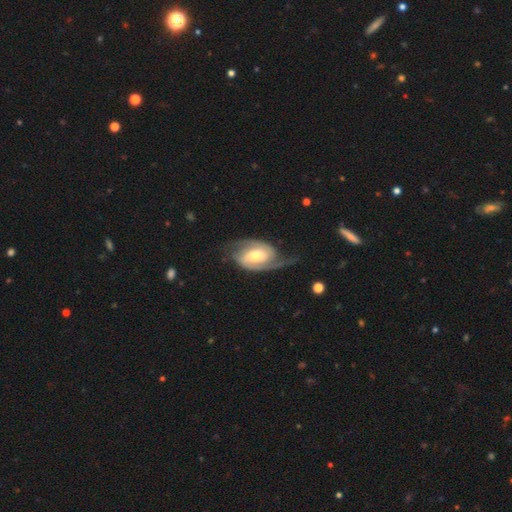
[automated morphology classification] smooth-or-featured: featured or disk: 87% | smooth: 9% | star or artifact: 4%
  disk-edge-on: no: 97% | yes: 3%
    bar: weak: 42% | no: 36% | strong: 22%
    has-spiral-arms: yes: 97% | no: 3%
      spiral-winding: medium: 46% | tight: 30% | loose: 25%
      spiral-arm-count: 2: 88% | can't tell: 4% | 1: 4% | 3: 2% | 4: 1% | more than 4: 1%
    bulge-size: moderate: 57% | small: 23% | large: 15% | none: 3% | dominant: 2%
  merging: none: 63% | minor disturbance: 20% | major disturbance: 16% | merger: 2%